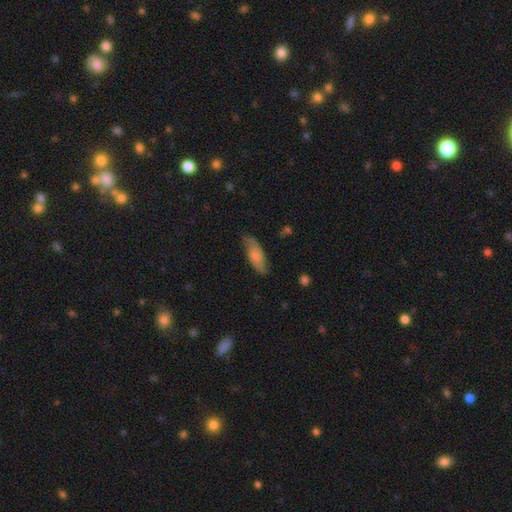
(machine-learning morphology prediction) A smooth galaxy with no disk features (70%) that is in between round and cigar-shaped (71%).

Vote fractions:
- Smooth or featured? smooth: 70% / featured or disk: 24% / star or artifact: 6%
- How rounded? in between: 71% / cigar-shaped: 26% / round: 2%
- Merging? none: 71% / minor disturbance: 22% / major disturbance: 5% / merger: 1%